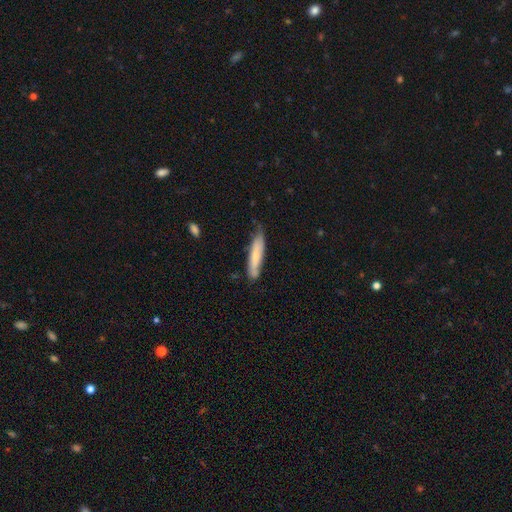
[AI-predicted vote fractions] smooth_or_featured: smooth (p=0.66) [alt: featured or disk p=0.28]
how_rounded: cigar-shaped (p=0.85) [alt: in between p=0.13]
merging: none (p=0.67) [alt: minor disturbance p=0.27]